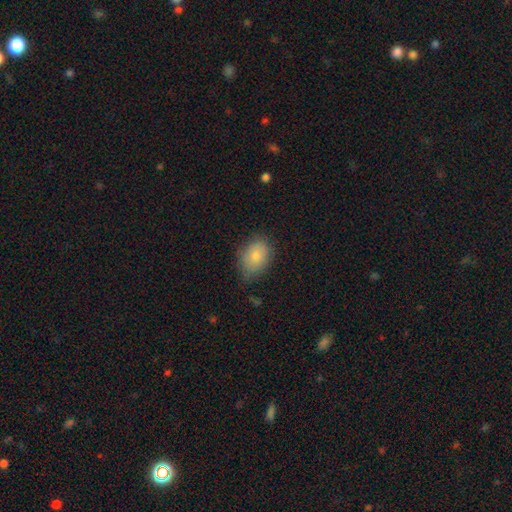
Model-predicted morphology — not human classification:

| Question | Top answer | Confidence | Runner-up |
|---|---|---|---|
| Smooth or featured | smooth | 81% | featured or disk (12%) |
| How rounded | in between | 74% | round (25%) |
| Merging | none | 66% | minor disturbance (27%) |